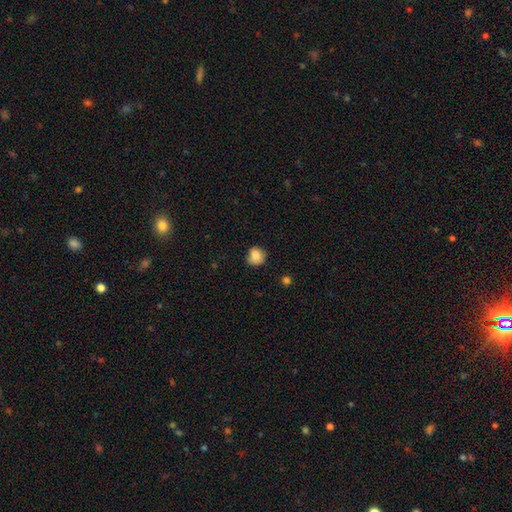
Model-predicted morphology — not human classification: Smooth or featured?
  - smooth: 84% *
  - star or artifact: 9%
  - featured or disk: 7%
How rounded?
  - round: 78% *
  - in between: 21%
  - cigar-shaped: 1%
Merging?
  - none: 66% *
  - minor disturbance: 25%
  - major disturbance: 6%
  - merger: 2%